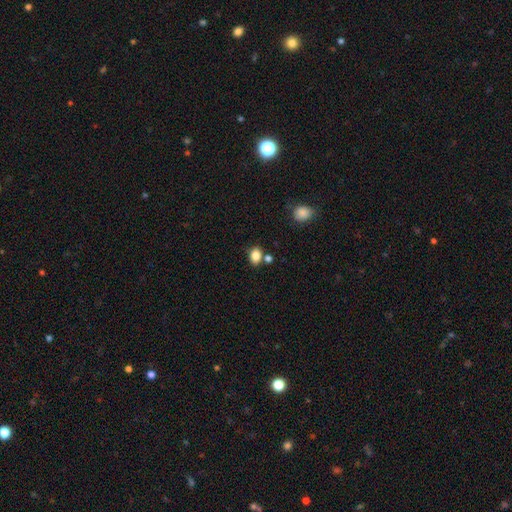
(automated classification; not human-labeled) Overall: smooth (84%). How rounded: in between (65%; round 34%). Merging: none (67%).